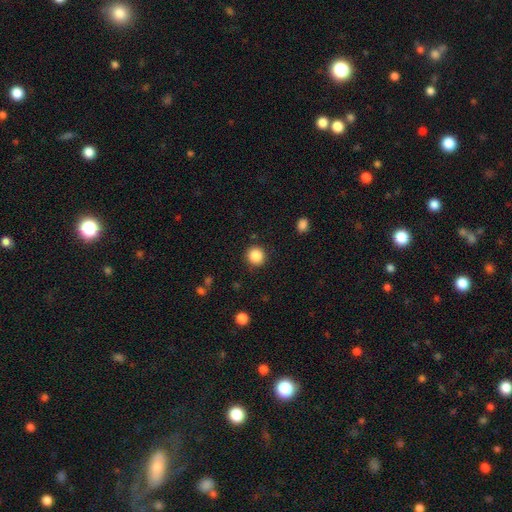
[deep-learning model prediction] Smooth or featured? smooth (86%)
How rounded? round (92%)
Merging? none (90%)